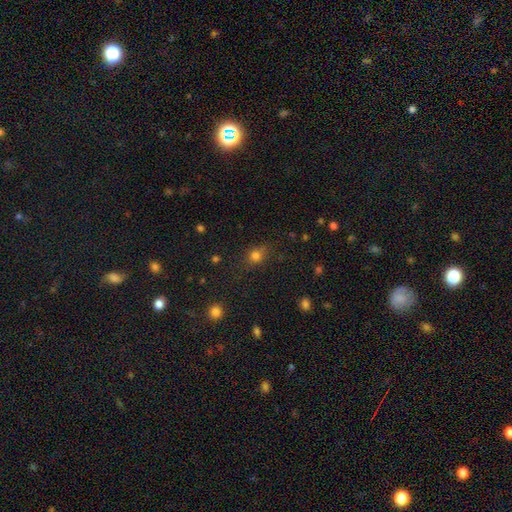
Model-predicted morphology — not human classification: Q: Smooth or featured?
A: smooth (76%); runner-up: star or artifact (16%)
Q: How rounded?
A: round (66%); runner-up: in between (32%)
Q: Merging?
A: none (77%); runner-up: minor disturbance (16%)